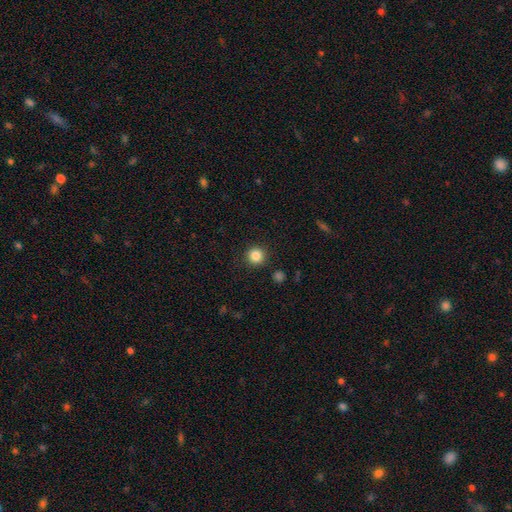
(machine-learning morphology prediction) Smooth or featured? Predicted: smooth (p=0.85). How rounded? Predicted: round (p=0.95). Merging? Predicted: none (p=0.91).